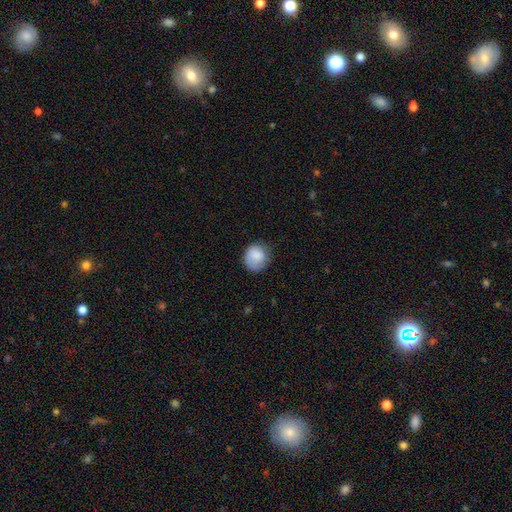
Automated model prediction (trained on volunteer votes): A smooth galaxy with no disk features (83%) that is round (80%). Merging: none (69%).